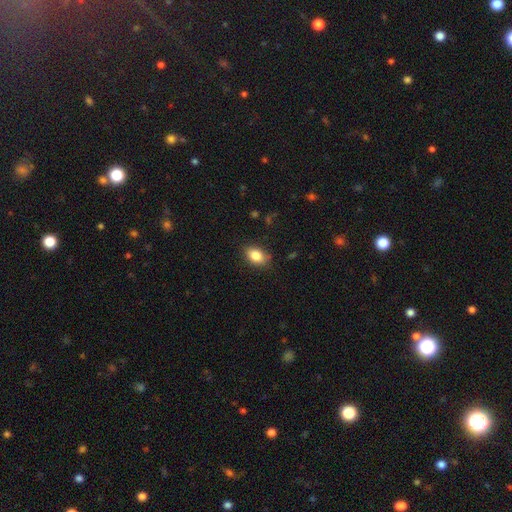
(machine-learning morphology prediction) Smooth or featured: smooth — 84% (star or artifact — 9%)
How rounded: in between — 81% (round — 17%)
Merging: none — 83% (minor disturbance — 13%)